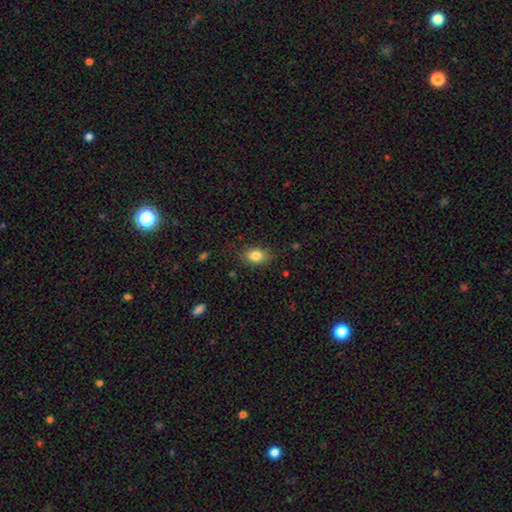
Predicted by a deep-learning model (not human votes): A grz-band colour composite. It shows a smooth galaxy with no disk features (83%) that is in between round and cigar-shaped (77%). Merging: none (81%).